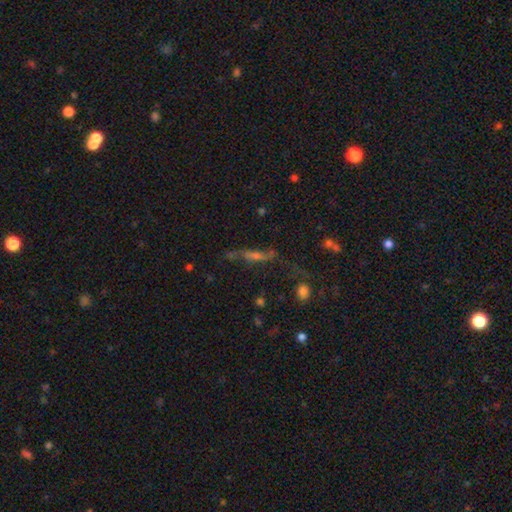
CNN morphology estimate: A featured or disk galaxy (46%). Merging: none (53%).